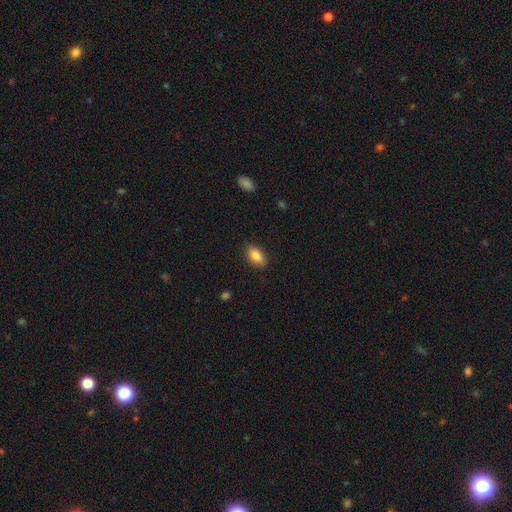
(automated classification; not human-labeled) A smooth galaxy with no disk features (82%) that is in between round and cigar-shaped (88%).

Vote fractions:
- Smooth or featured? smooth: 82% / featured or disk: 10% / star or artifact: 7%
- How rounded? in between: 88% / cigar-shaped: 8% / round: 5%
- Merging? none: 87% / minor disturbance: 10% / major disturbance: 2% / merger: 1%